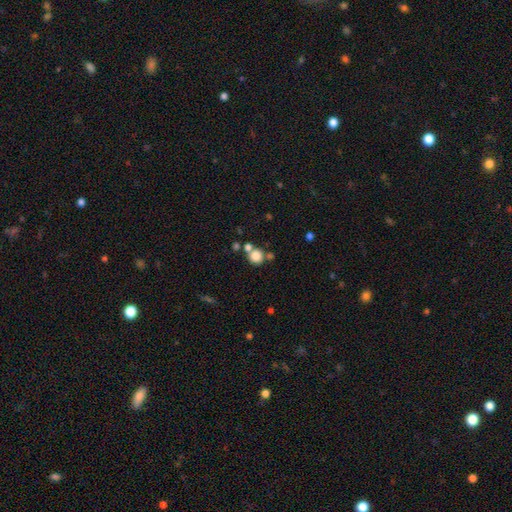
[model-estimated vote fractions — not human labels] Overall: smooth (81%). How rounded: round (88%). Merging: none (57%; merger 29%).